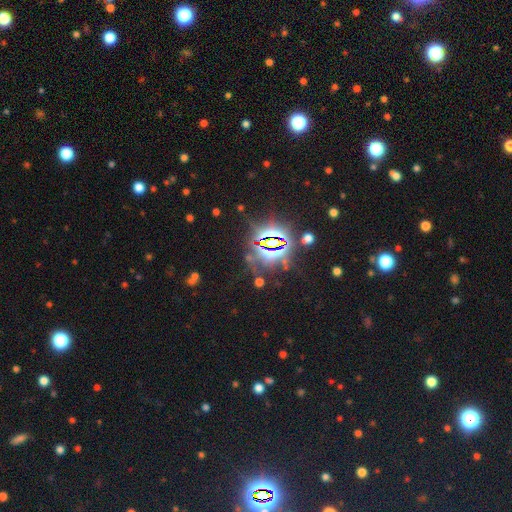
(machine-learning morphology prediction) Smooth or featured?
  - star or artifact: 83% *
  - smooth: 10%
  - featured or disk: 7%